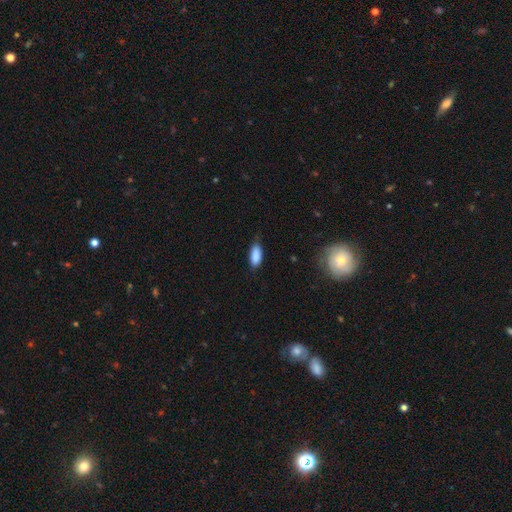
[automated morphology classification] smooth 88%, star or artifact 7%, featured or disk 5%. Down the decision tree: how rounded — in between (83%); merging — none (73%).